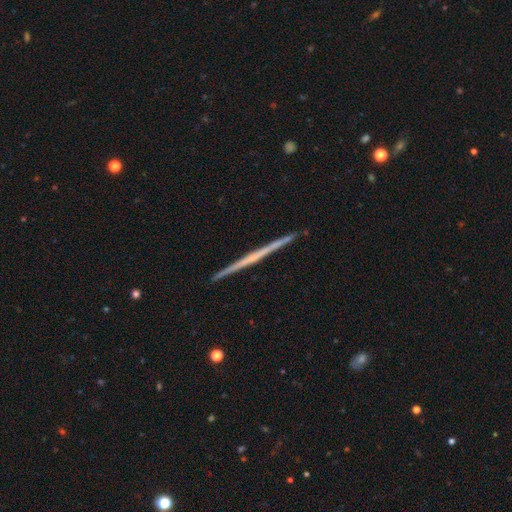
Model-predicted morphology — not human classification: This is likely a featured or disk galaxy (69%). It is clearly viewed edge-on (98%). Edge-on bulge: clearly none (82%). Merging: clearly none (93%).